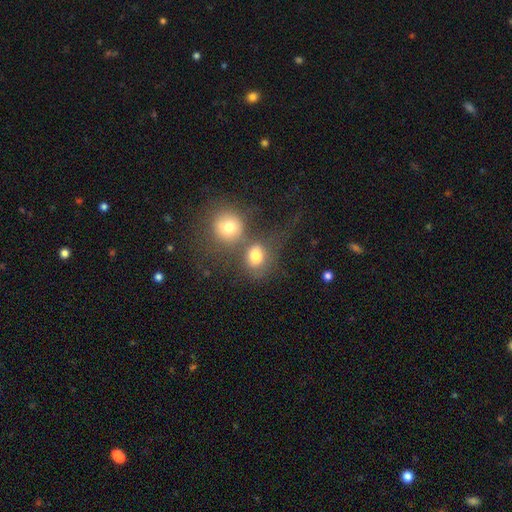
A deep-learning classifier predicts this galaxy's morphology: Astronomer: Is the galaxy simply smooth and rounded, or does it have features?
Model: smooth — 75%.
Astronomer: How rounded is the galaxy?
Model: round — 60% (runner-up: in between, 39%).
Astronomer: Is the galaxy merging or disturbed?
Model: merger — 43% (runner-up: none, 35%).